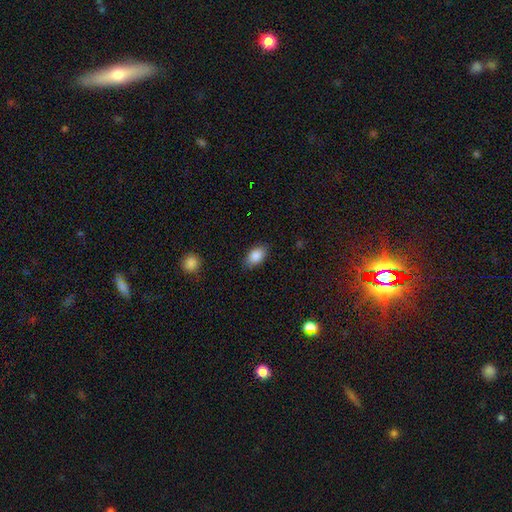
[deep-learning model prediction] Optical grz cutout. It shows a smooth galaxy with no disk features (87%) that is in between round and cigar-shaped (91%). Merging: none (83%).